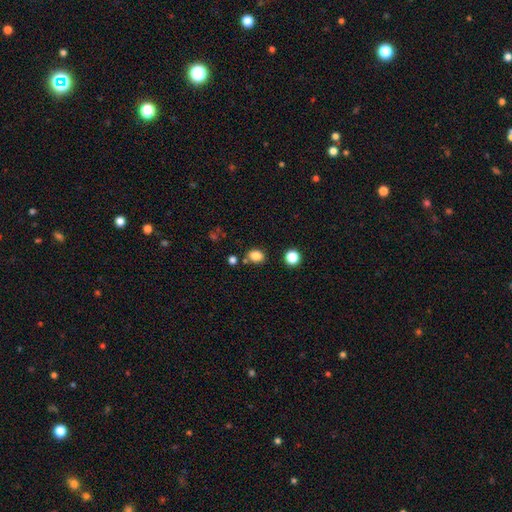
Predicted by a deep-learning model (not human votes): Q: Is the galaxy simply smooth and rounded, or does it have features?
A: smooth — 83%.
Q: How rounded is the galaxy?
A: round — 50%.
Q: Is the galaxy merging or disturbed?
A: none — 79%.